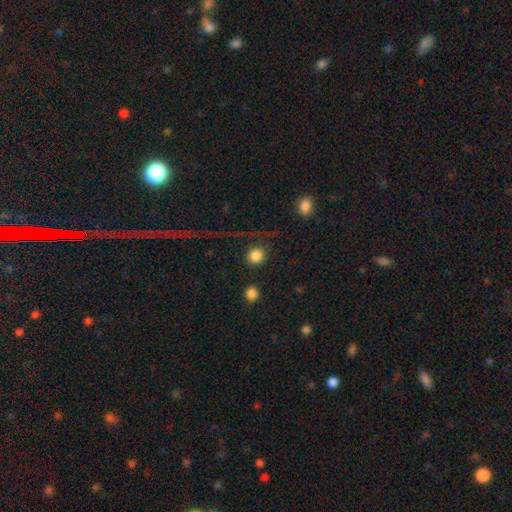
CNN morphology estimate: Q: Smooth or featured?
A: smooth (83%); runner-up: star or artifact (12%)
Q: How rounded?
A: round (89%); runner-up: in between (10%)
Q: Merging?
A: none (83%); runner-up: minor disturbance (8%)